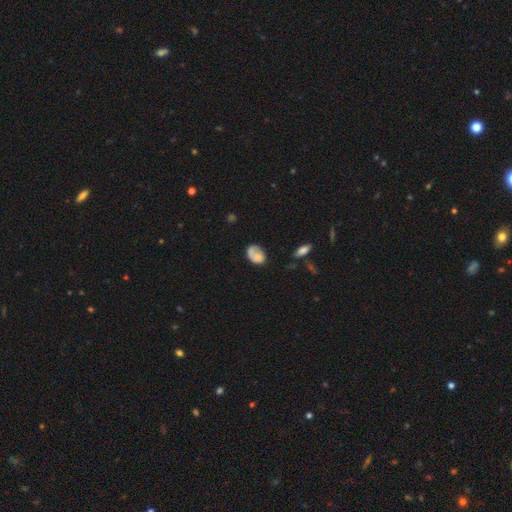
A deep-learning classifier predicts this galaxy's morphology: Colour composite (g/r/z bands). It shows a smooth galaxy with no disk features (66%) that is in between round and cigar-shaped (69%). Merging: none (51%).